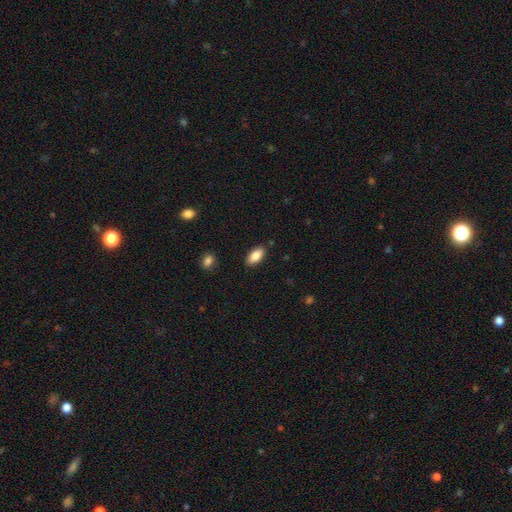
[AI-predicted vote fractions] Smooth or featured? smooth (85%)
How rounded? in between (91%)
Merging? none (87%)